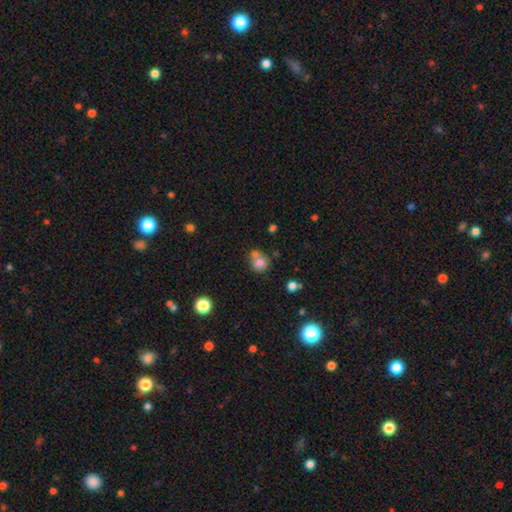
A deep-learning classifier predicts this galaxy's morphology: Overall: smooth (71%). How rounded: round (87%). Merging: none (55%; merger 34%).